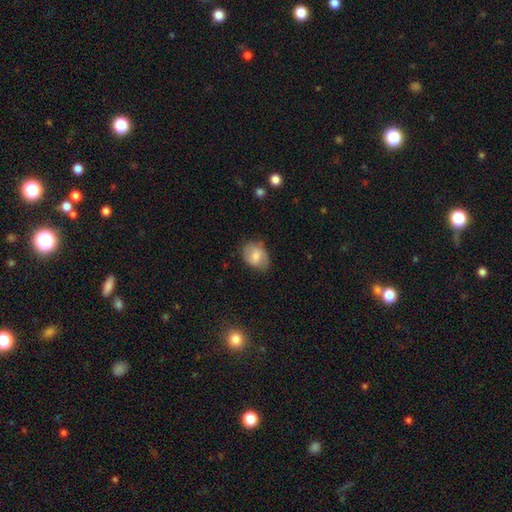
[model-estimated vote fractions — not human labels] The model was most divided on "how rounded": in between: 66%, round: 33%, cigar-shaped: 1%. More confident: merging — none (69%); smooth or featured — smooth (67%).